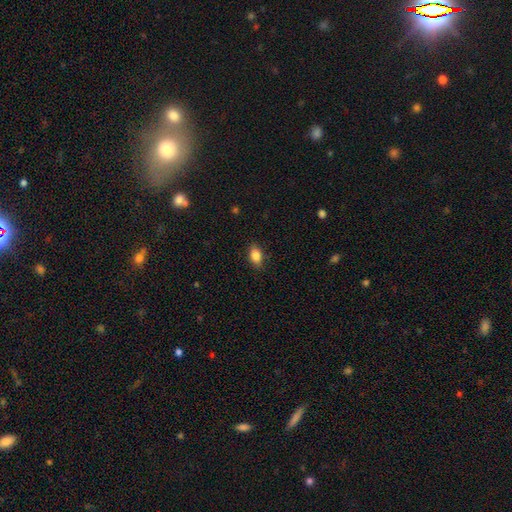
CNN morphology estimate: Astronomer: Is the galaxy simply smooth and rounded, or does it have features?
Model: smooth — 85%.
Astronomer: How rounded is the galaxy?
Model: in between — 84%.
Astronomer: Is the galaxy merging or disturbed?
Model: none — 86%.